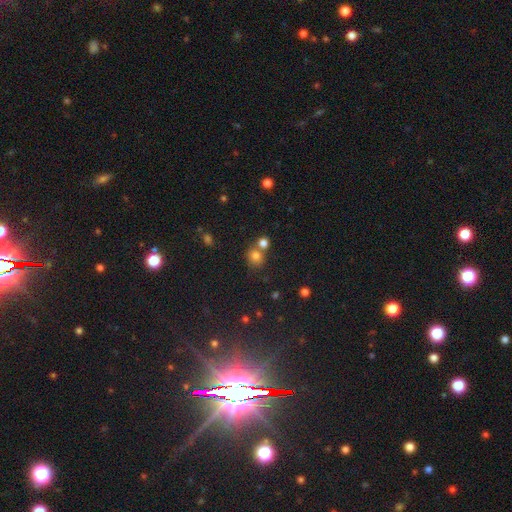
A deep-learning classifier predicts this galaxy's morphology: Smooth or featured?
  - smooth: 77% *
  - star or artifact: 16%
  - featured or disk: 7%
How rounded?
  - round: 78% *
  - in between: 21%
  - cigar-shaped: 1%
Merging?
  - none: 57% *
  - merger: 30%
  - minor disturbance: 10%
  - major disturbance: 4%